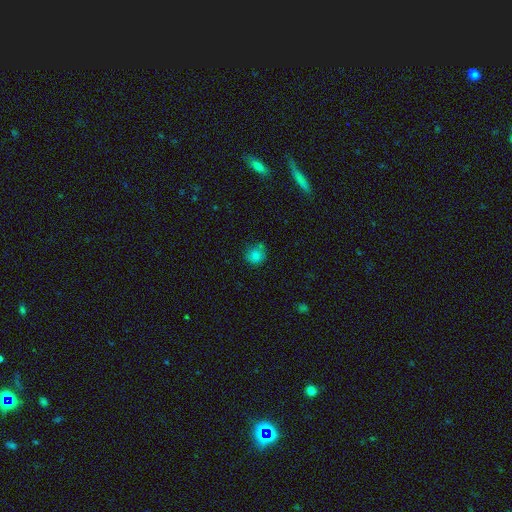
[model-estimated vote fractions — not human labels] Smooth or featured: smooth — 80% (star or artifact — 13%)
How rounded: round — 85% (in between — 14%)
Merging: none — 67% (minor disturbance — 21%)